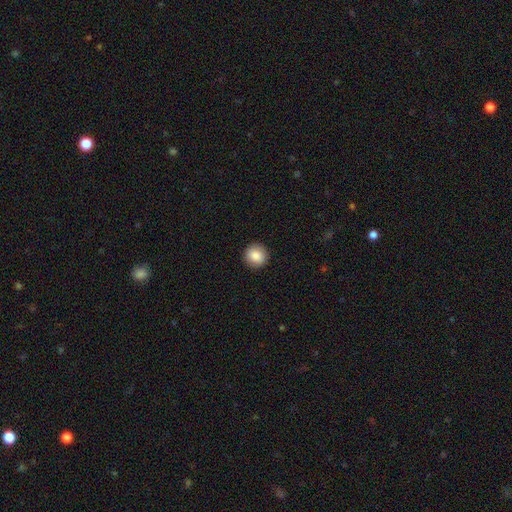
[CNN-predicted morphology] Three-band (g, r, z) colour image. It shows a smooth galaxy with no disk features (87%) that is round (93%). Merging: none (92%).